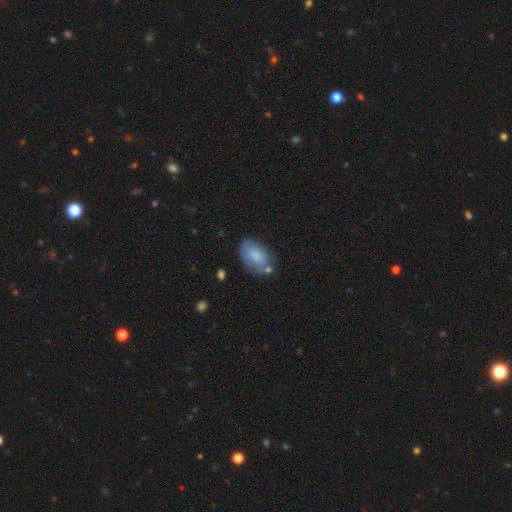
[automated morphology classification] Overall: smooth (75%). How rounded: in between (89%). Merging: none (57%; minor disturbance 25%).